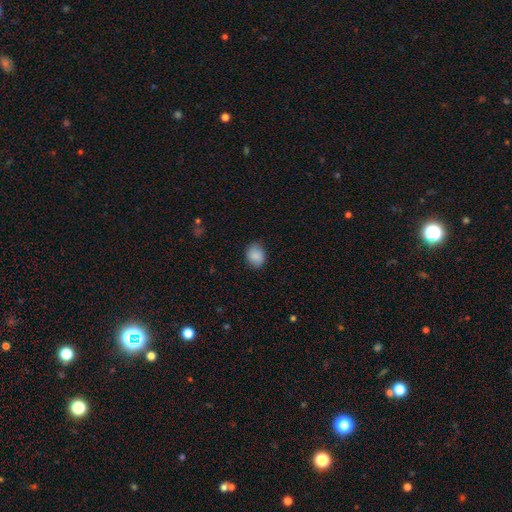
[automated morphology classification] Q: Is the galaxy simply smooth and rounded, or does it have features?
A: smooth — 88%.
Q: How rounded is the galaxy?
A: round — 55%.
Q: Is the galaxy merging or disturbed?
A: none — 83%.